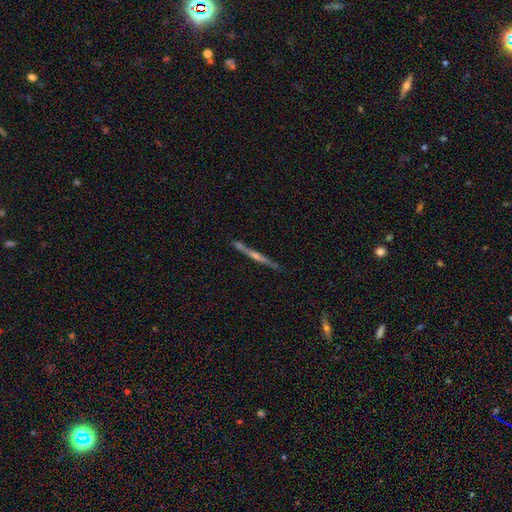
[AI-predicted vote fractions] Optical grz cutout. It shows a featured or disk galaxy (77%) viewed edge-on (98%) with a rounded central bulge (77%). Merging: none (87%).